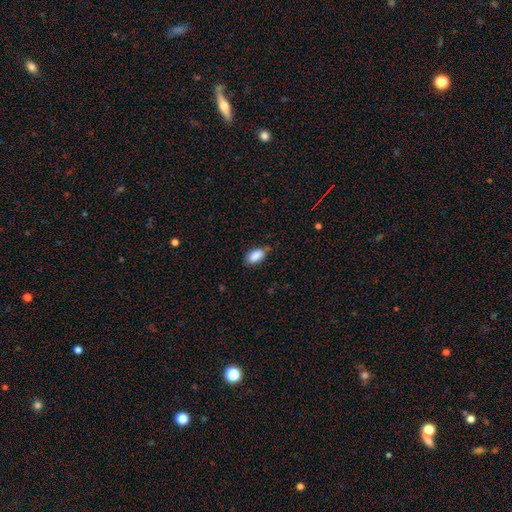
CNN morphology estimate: Smooth or featured: smooth — 86% (star or artifact — 7%)
How rounded: in between — 92% (round — 5%)
Merging: none — 72% (minor disturbance — 22%)